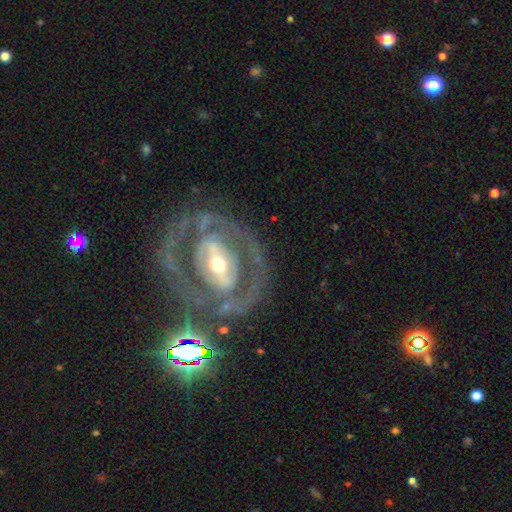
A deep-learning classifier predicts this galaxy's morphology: Smooth or featured? Predicted: featured or disk (p=0.83). Edge-on disk? Predicted: no (p=0.95). Bar? Predicted: strong (p=0.39). Spiral arms? Predicted: yes (p=0.60). Bulge size? Predicted: small (p=0.47). Merging? Predicted: none (p=0.68).